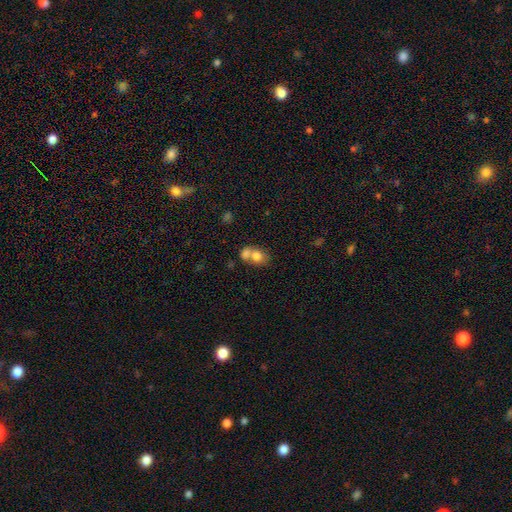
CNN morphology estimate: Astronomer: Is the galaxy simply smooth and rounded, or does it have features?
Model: smooth — 76%.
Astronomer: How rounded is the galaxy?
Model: round — 55% (runner-up: in between, 44%).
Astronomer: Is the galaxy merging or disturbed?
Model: merger — 60%.